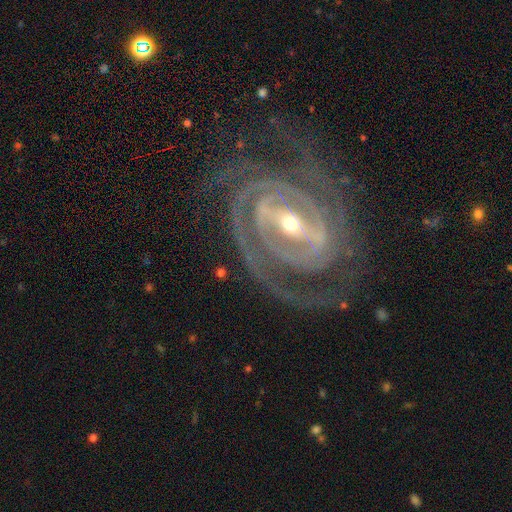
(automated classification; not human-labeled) Overall: featured or disk (92%). Edge-on disk: no (96%). Bar: strong (67%). Spiral arms: yes (98%). Spiral arm count: 2 (38%; 3 24%). Spiral winding: tight (74%). Bulge size: small (50%; moderate 46%). Merging: none (75%).